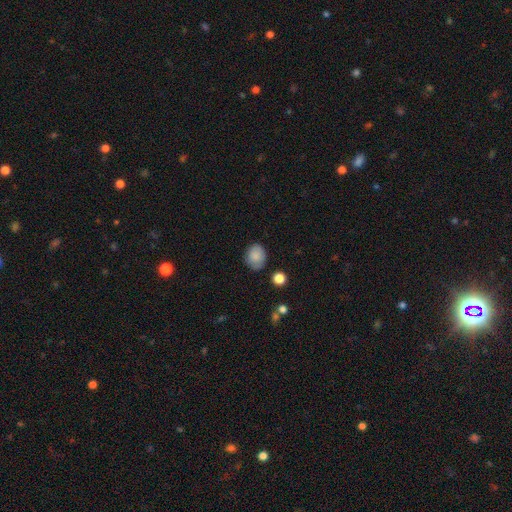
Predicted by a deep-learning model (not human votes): This appears to be a smooth galaxy with no disk features (85%) that is in between round and cigar-shaped (52%). Merging: none (78%).